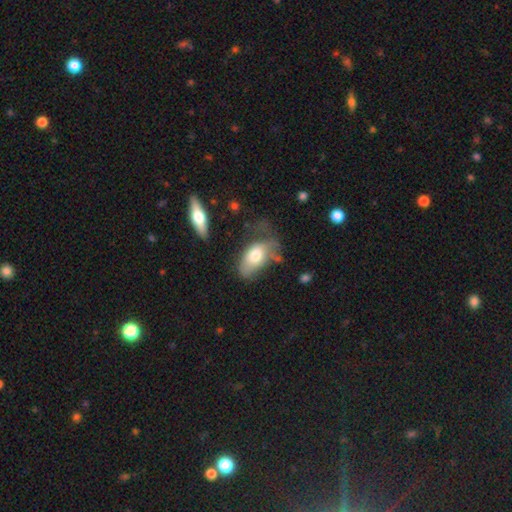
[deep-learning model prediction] smooth_or_featured: smooth (p=0.69) [alt: featured or disk p=0.24]
how_rounded: in between (p=0.92) [alt: round p=0.05]
merging: major disturbance (p=0.35) [alt: minor disturbance p=0.30]